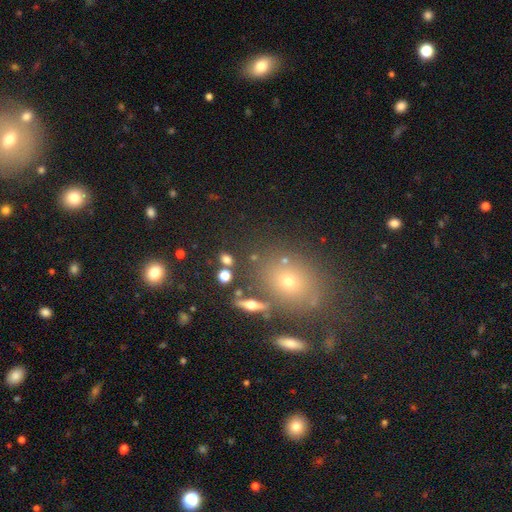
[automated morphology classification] The model was most divided on "how rounded": in between: 53%, round: 45%, cigar-shaped: 2%. More confident: merging — none (74%); smooth or featured — smooth (53%).